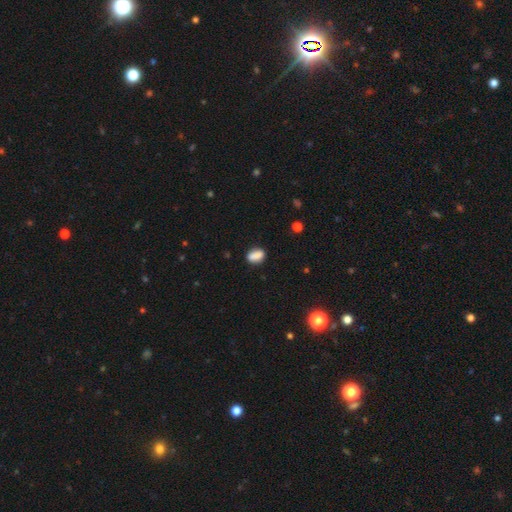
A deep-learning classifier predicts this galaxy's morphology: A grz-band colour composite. It shows a smooth galaxy with no disk features (86%) that is in between round and cigar-shaped (79%). Merging: none (82%).